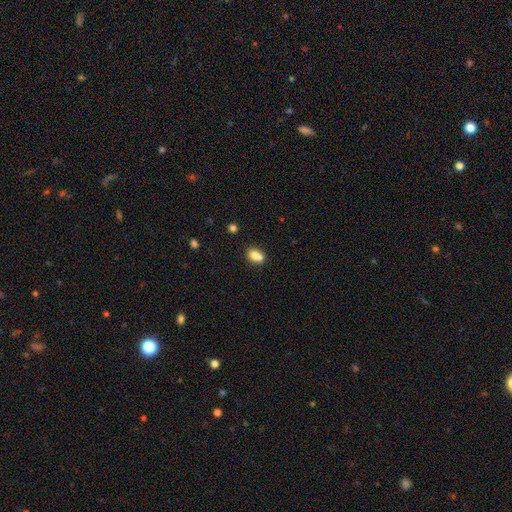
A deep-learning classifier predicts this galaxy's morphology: Smooth or featured? Predicted: smooth (p=0.76). How rounded? Predicted: in between (p=0.56). Merging? Predicted: merger (p=0.44).